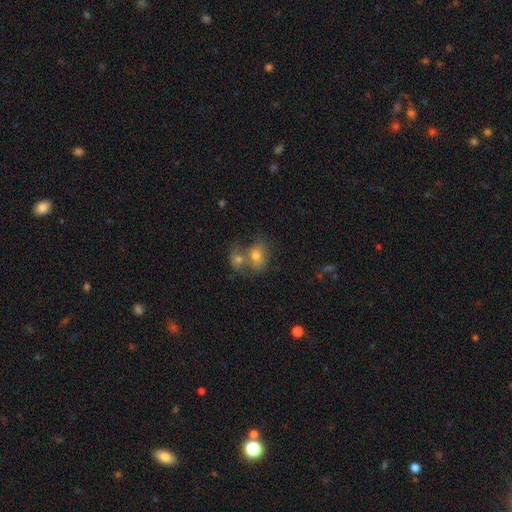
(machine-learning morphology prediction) The model was most divided on "merging": merger: 50%, none: 36%, minor disturbance: 9%, major disturbance: 5%. More confident: how rounded — round (57%); smooth or featured — smooth (57%).